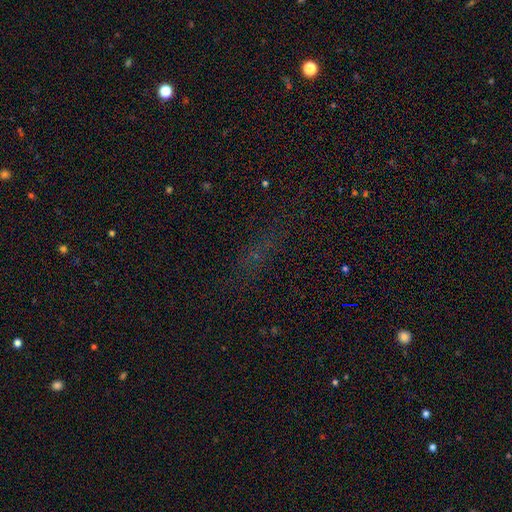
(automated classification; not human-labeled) Smooth or featured? star or artifact (55%)